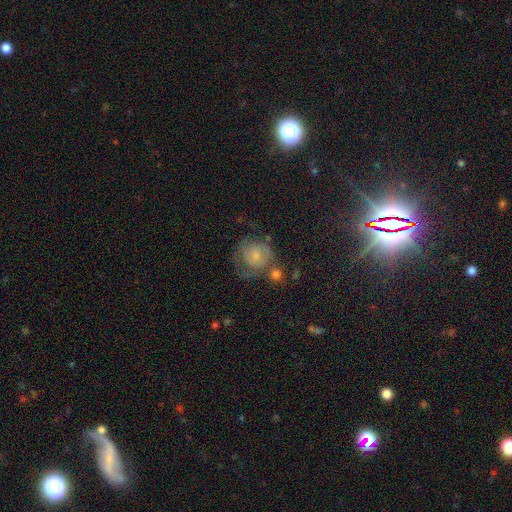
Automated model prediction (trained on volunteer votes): smooth_or_featured: featured or disk (p=0.47) [alt: smooth p=0.44]
merging: none (p=0.43) [alt: minor disturbance p=0.23]